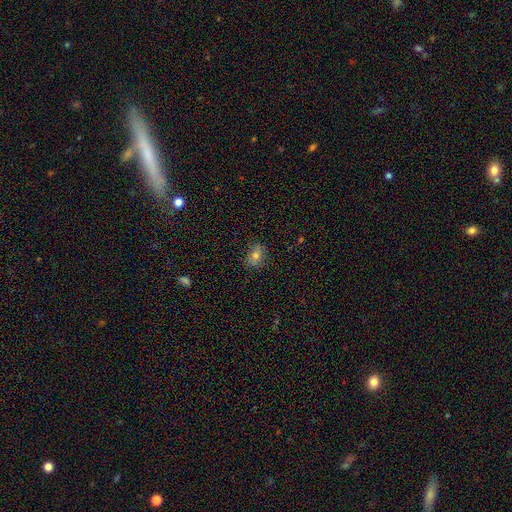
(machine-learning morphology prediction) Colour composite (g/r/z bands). It shows a smooth galaxy with no disk features (69%) that is in between round and cigar-shaped (64%). Merging: none (78%).